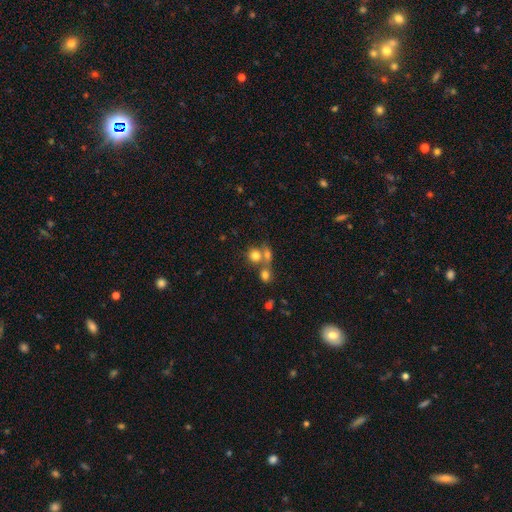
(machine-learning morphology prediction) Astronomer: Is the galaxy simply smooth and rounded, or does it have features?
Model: smooth — 74%.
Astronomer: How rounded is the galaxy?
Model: round — 79%.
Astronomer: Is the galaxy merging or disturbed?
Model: merger — 45% (runner-up: none, 43%).